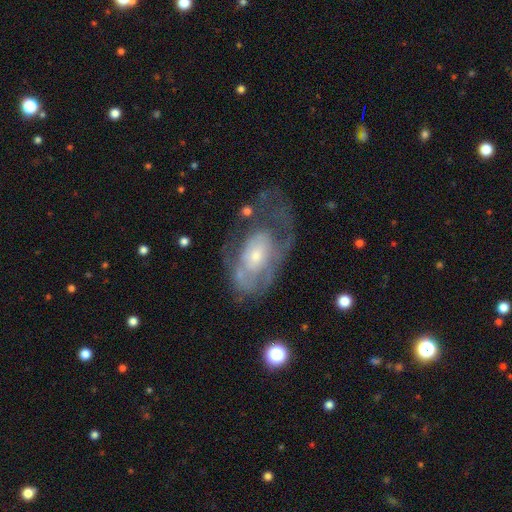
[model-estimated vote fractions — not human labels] This is likely a featured or disk galaxy (71%). It is clearly not viewed edge-on (94%). Bar: likely no (77%). Spiral arm pattern: likely yes (64%). Central bulge: possibly small (53%). Merging: marginally none (39%).